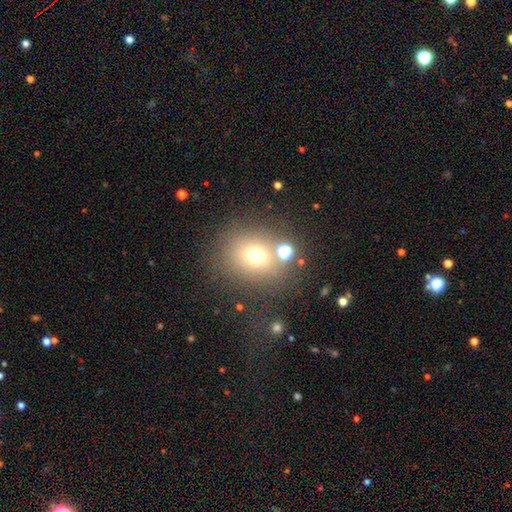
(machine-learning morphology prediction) Q: Smooth or featured?
A: smooth (68%); runner-up: star or artifact (19%)
Q: How rounded?
A: round (73%); runner-up: in between (26%)
Q: Merging?
A: none (69%); runner-up: minor disturbance (12%)